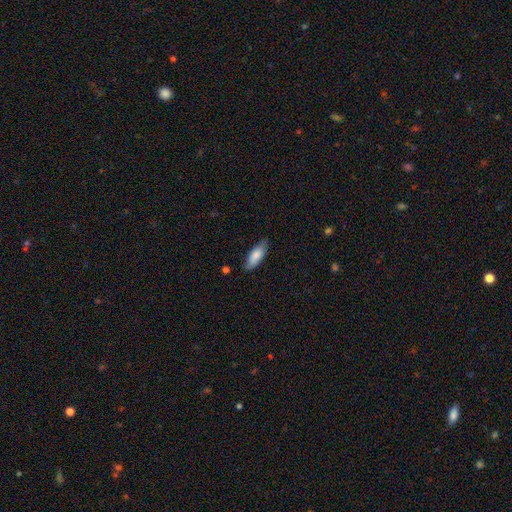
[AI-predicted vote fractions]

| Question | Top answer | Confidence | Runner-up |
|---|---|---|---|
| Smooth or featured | smooth | 82% | featured or disk (12%) |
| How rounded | in between | 70% | cigar-shaped (29%) |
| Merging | none | 78% | minor disturbance (18%) |